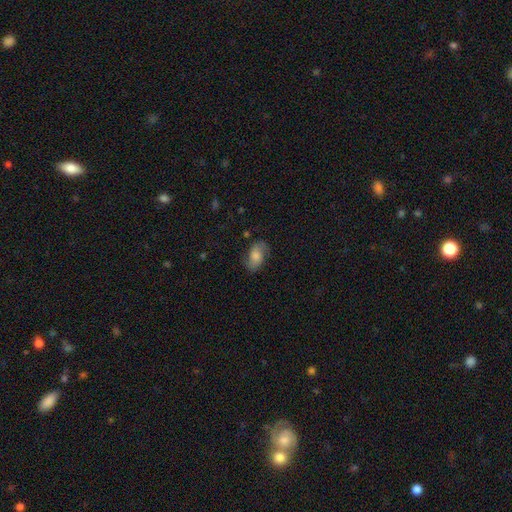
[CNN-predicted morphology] Smooth or featured: smooth — 53% (featured or disk — 37%)
How rounded: in between — 88% (round — 9%)
Merging: none — 73% (minor disturbance — 19%)